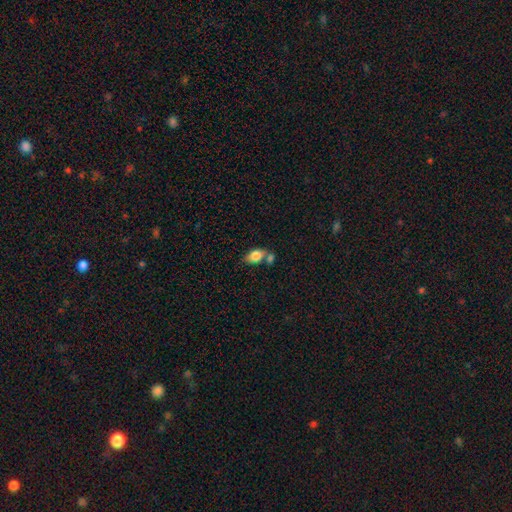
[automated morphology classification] Smooth or featured? smooth (81%)
How rounded? in between (88%)
Merging? none (47%)